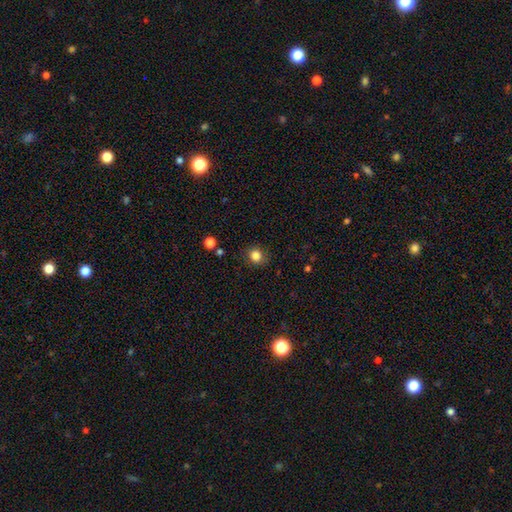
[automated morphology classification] smooth-or-featured: smooth: 83% | star or artifact: 12% | featured or disk: 5%
  how-rounded: round: 77% | in between: 22% | cigar-shaped: 1%
  merging: none: 85% | minor disturbance: 11% | major disturbance: 3% | merger: 2%